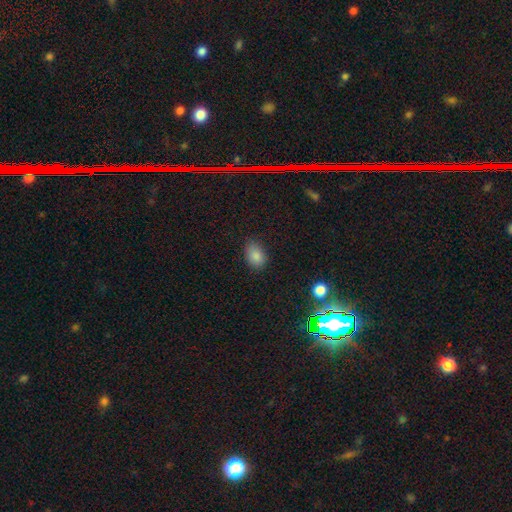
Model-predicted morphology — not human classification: This appears to be a smooth galaxy with no disk features (85%) that is in between round and cigar-shaped (79%). Merging: none (80%).